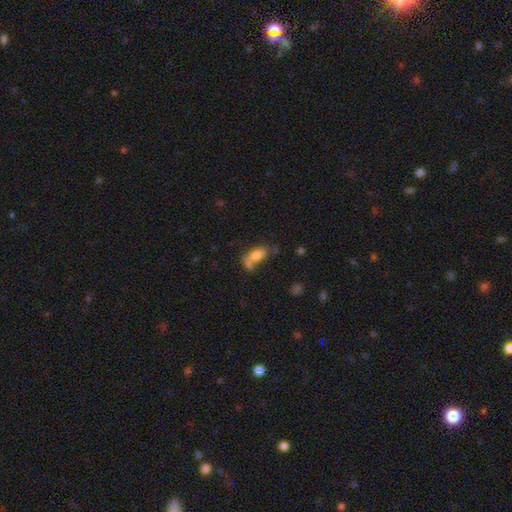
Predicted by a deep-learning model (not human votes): Smooth or featured? Predicted: smooth (p=0.76). How rounded? Predicted: in between (p=0.84). Merging? Predicted: none (p=0.38).